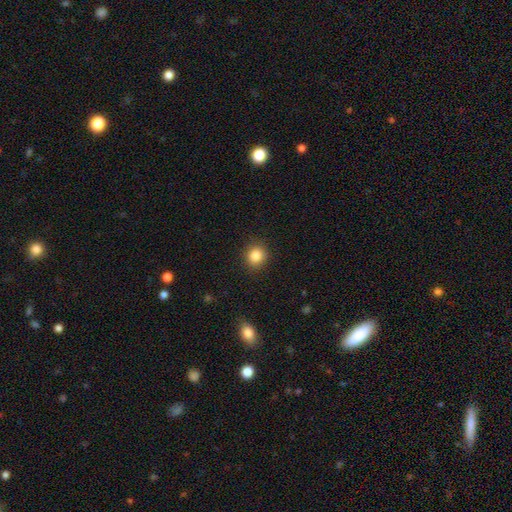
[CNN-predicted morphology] Smooth or featured? Predicted: smooth (p=0.84). How rounded? Predicted: round (p=0.81). Merging? Predicted: none (p=0.89).